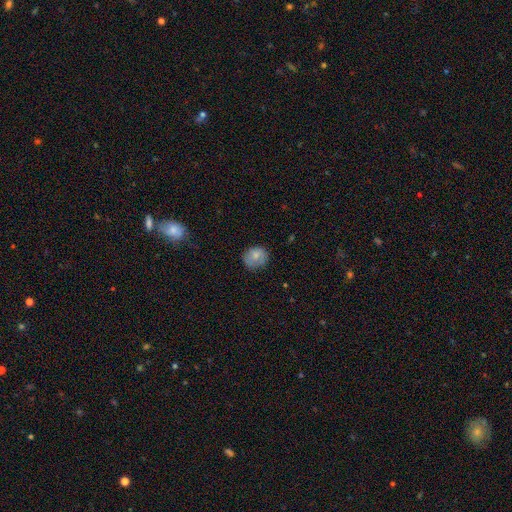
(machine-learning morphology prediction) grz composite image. It shows a smooth galaxy with no disk features (77%) that is round (70%). Merging: none (73%).